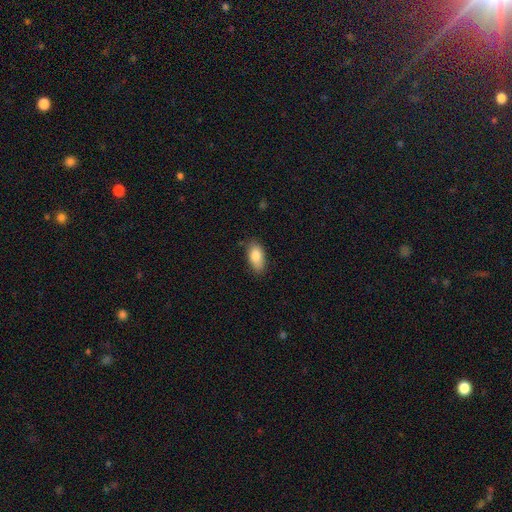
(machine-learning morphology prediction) This appears to be a smooth galaxy with no disk features (83%) that is in between round and cigar-shaped (90%). Merging: none (78%).